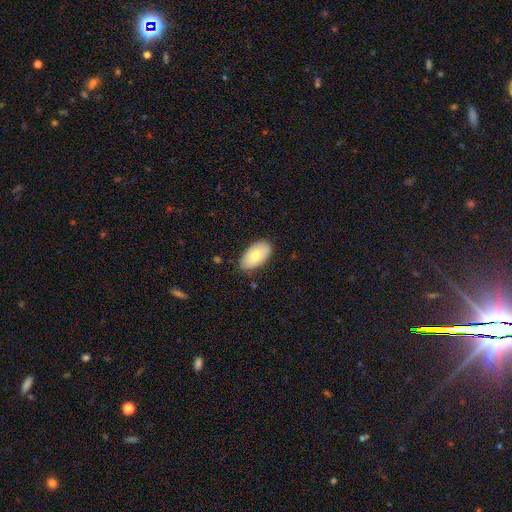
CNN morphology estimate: Smooth or featured? smooth (69%)
How rounded? in between (94%)
Merging? none (80%)